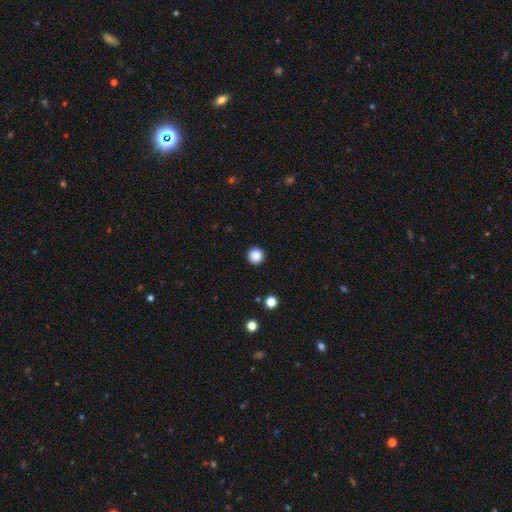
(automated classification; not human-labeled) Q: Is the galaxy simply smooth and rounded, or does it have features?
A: smooth — 87%.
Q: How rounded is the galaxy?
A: round — 96%.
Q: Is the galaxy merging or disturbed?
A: none — 93%.